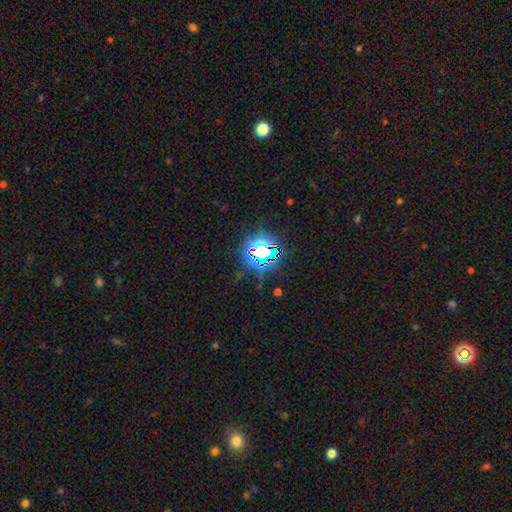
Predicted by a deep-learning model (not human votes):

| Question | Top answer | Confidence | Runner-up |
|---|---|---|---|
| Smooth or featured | star or artifact | 75% | smooth (15%) |